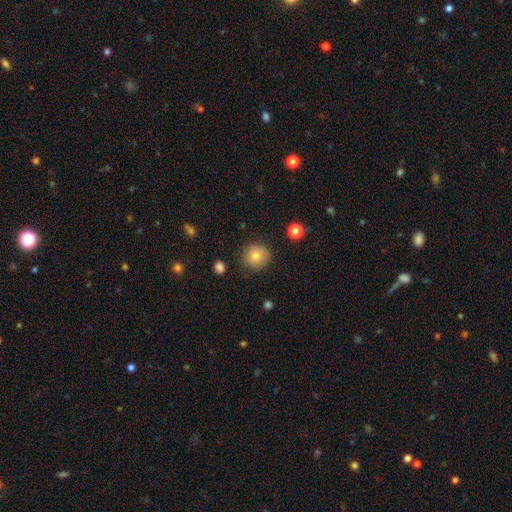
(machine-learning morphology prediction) smooth_or_featured: smooth (p=0.80) [alt: star or artifact p=0.10]
how_rounded: round (p=0.90) [alt: in between p=0.09]
merging: none (p=0.84) [alt: minor disturbance p=0.11]